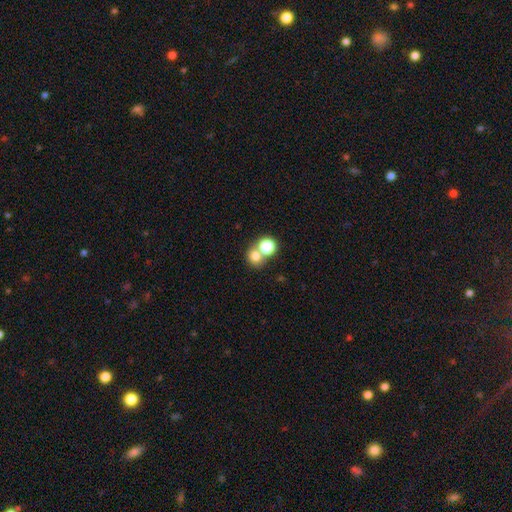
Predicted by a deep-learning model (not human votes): Morphology: type=smooth (75%); roundness=round (81%); merging=none (47%).